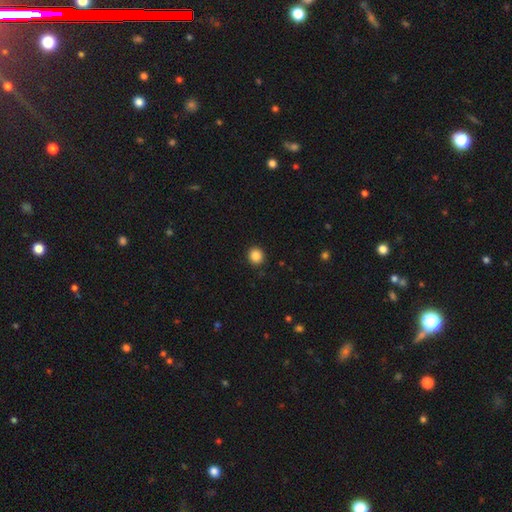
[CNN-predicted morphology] A smooth galaxy with no disk features (86%) that is round (90%). Merging: none (92%).